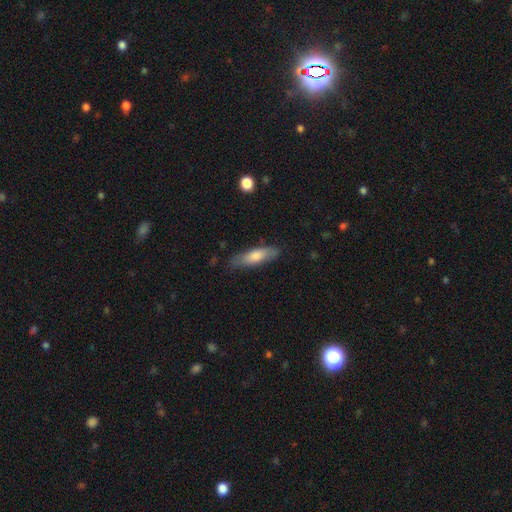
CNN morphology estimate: Q: Smooth or featured?
A: smooth (68%); runner-up: featured or disk (26%)
Q: How rounded?
A: cigar-shaped (58%); runner-up: in between (40%)
Q: Merging?
A: none (78%); runner-up: minor disturbance (17%)